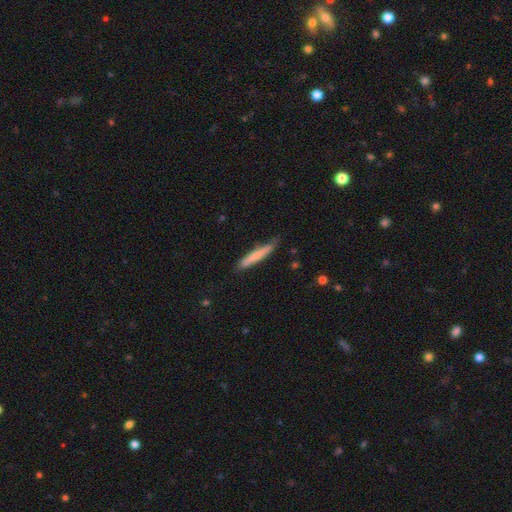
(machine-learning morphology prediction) Q: Smooth or featured?
A: smooth (72%); runner-up: featured or disk (22%)
Q: How rounded?
A: cigar-shaped (95%); runner-up: in between (4%)
Q: Merging?
A: none (74%); runner-up: minor disturbance (21%)